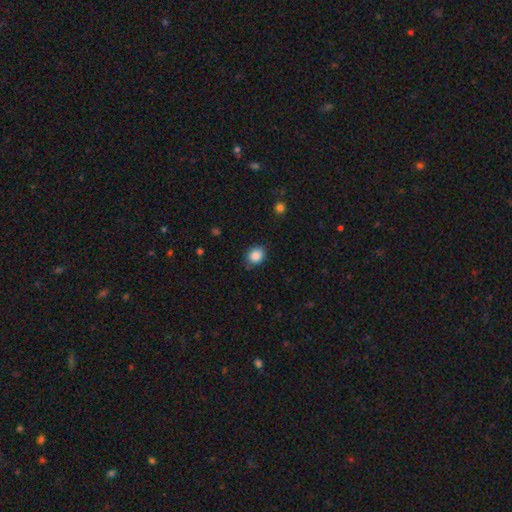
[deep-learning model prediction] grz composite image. It shows a smooth galaxy with no disk features (87%) that is round (62%). Merging: none (81%).